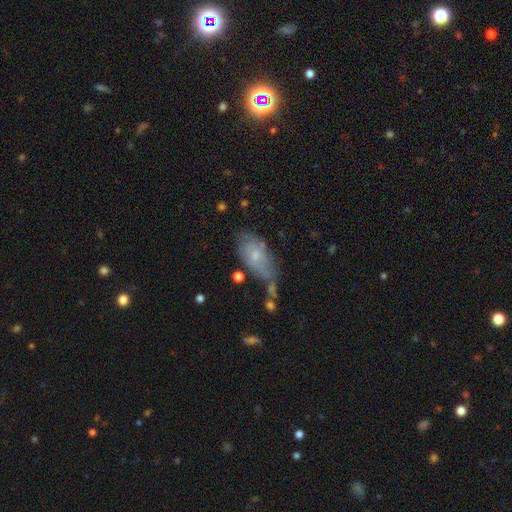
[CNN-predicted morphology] smooth-or-featured: smooth: 49% | featured or disk: 43% | star or artifact: 8%
  merging: none: 37% | minor disturbance: 32% | major disturbance: 19% | merger: 12%